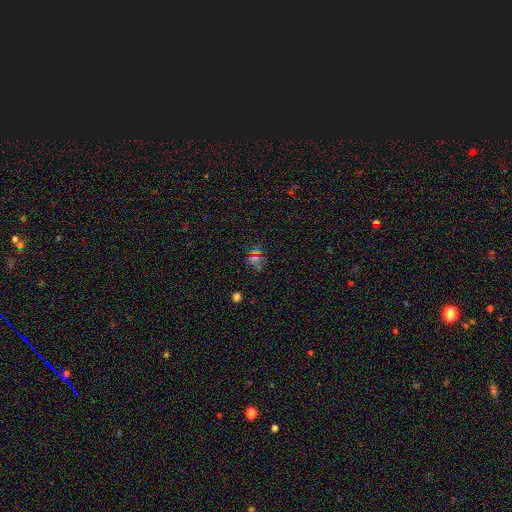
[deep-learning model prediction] The model was most divided on "smooth or featured": star or artifact: 55%, smooth: 34%, featured or disk: 11%.